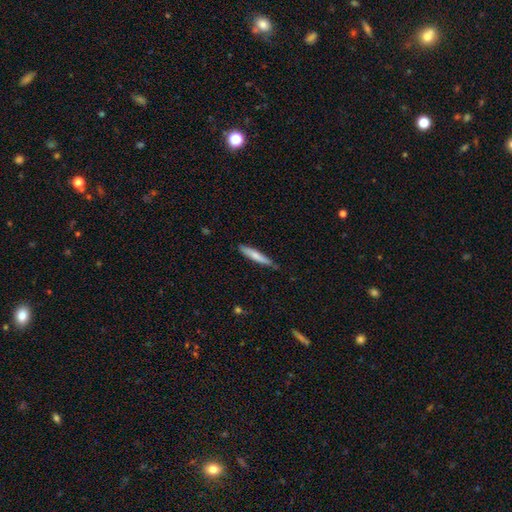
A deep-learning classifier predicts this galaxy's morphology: Smooth or featured: smooth — 71% (featured or disk — 24%)
How rounded: cigar-shaped — 92% (in between — 7%)
Merging: none — 78% (minor disturbance — 18%)